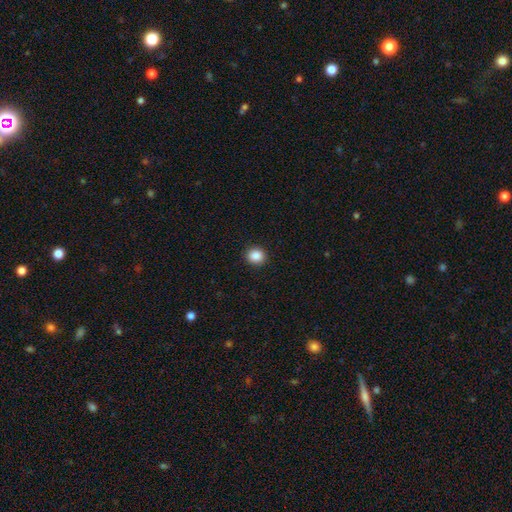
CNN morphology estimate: Smooth or featured?
  - smooth: 87% *
  - star or artifact: 10%
  - featured or disk: 4%
How rounded?
  - round: 87% *
  - in between: 12%
  - cigar-shaped: 1%
Merging?
  - none: 92% *
  - minor disturbance: 5%
  - major disturbance: 2%
  - merger: 1%